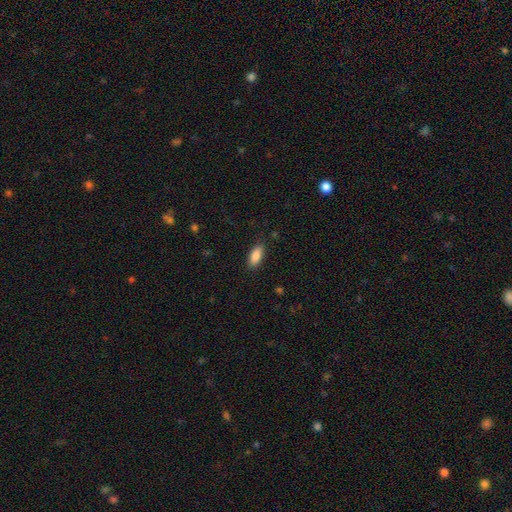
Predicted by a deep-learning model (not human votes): Smooth or featured? smooth (88%)
How rounded? in between (84%)
Merging? none (87%)